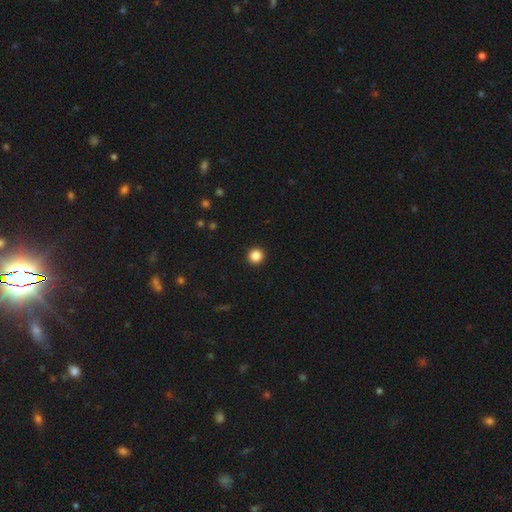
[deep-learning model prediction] The model was most divided on "smooth or featured": smooth: 86%, star or artifact: 11%, featured or disk: 3%. More confident: how rounded — round (95%); merging — none (94%).